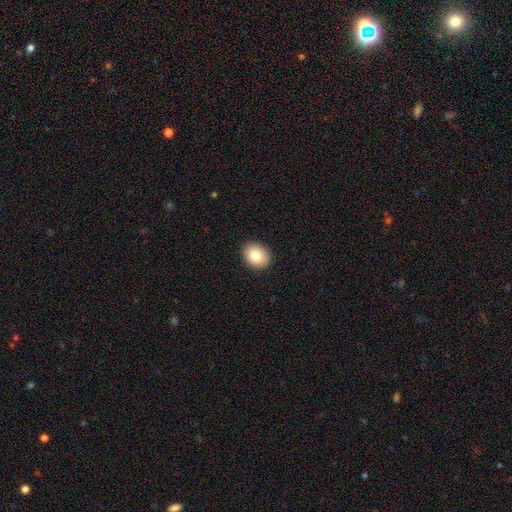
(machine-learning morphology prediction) A smooth galaxy with no disk features (83%) that is in between round and cigar-shaped (52%).

Vote fractions:
- Smooth or featured? smooth: 83% / featured or disk: 9% / star or artifact: 8%
- How rounded? in between: 52% / round: 47% / cigar-shaped: 1%
- Merging? none: 90% / minor disturbance: 7% / major disturbance: 2% / merger: 1%